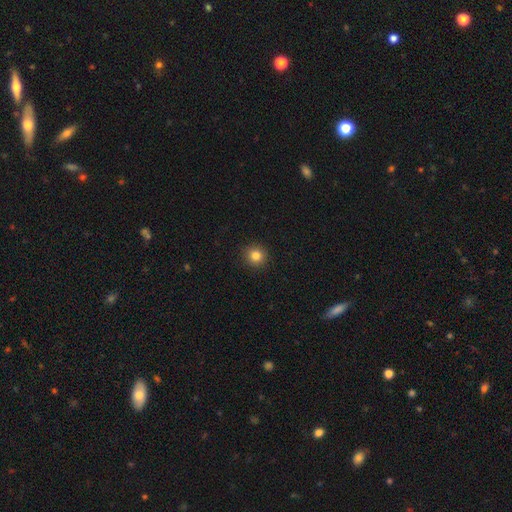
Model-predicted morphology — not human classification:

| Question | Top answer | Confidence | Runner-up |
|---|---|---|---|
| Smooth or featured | smooth | 82% | star or artifact (12%) |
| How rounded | round | 93% | in between (6%) |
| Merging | none | 92% | minor disturbance (5%) |